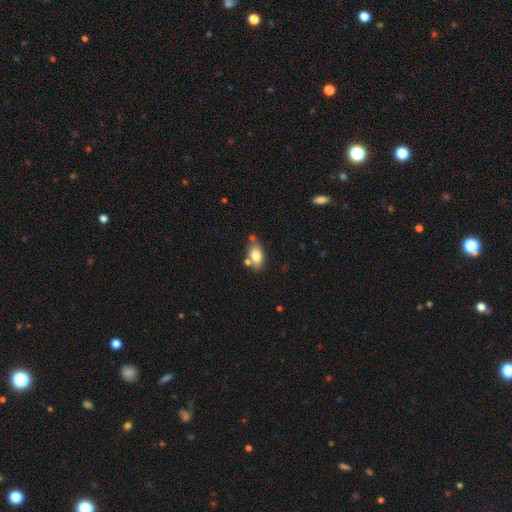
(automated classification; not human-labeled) smooth-or-featured: smooth: 77% | featured or disk: 15% | star or artifact: 8%
  how-rounded: in between: 88% | round: 9% | cigar-shaped: 3%
  merging: none: 62% | minor disturbance: 17% | merger: 17% | major disturbance: 4%